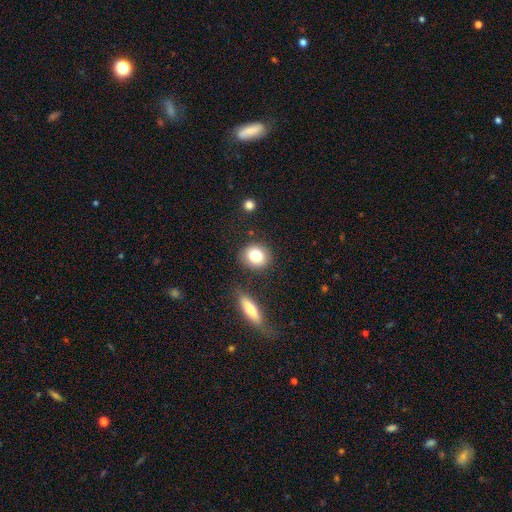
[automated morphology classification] Smooth or featured? smooth (80%)
How rounded? round (73%)
Merging? none (80%)